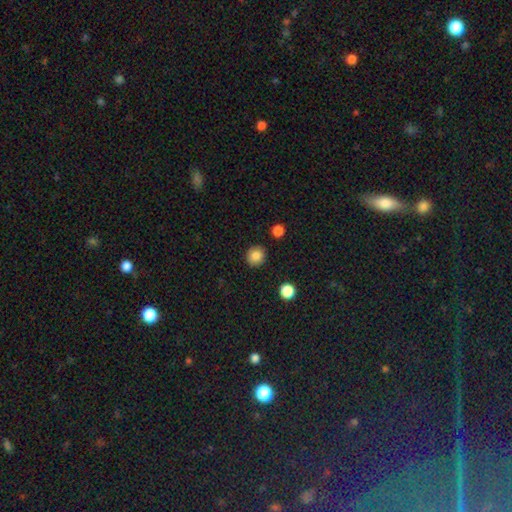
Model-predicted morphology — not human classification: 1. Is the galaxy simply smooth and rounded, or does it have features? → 86% smooth, 10% star or artifact, 4% featured or disk.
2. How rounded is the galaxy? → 87% round, 12% in between, 1% cigar-shaped.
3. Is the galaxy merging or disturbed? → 90% none, 6% minor disturbance, 2% major disturbance, 2% merger.